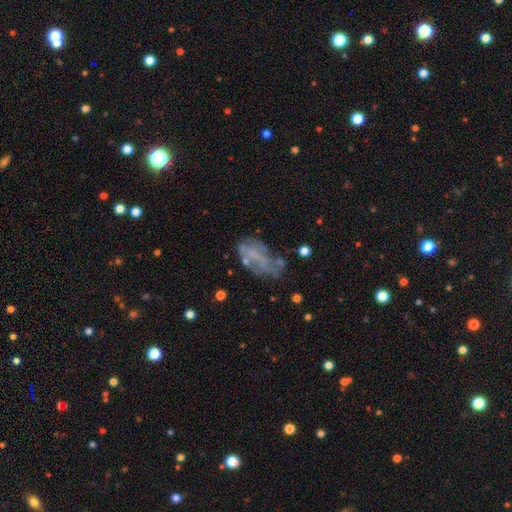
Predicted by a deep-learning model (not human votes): Smooth or featured? Predicted: featured or disk (p=0.55). Edge-on disk? Predicted: no (p=0.95). Bar? Predicted: no (p=0.78). Spiral arms? Predicted: no (p=0.74). Bulge size? Predicted: none (p=0.71). Merging? Predicted: none (p=0.41).